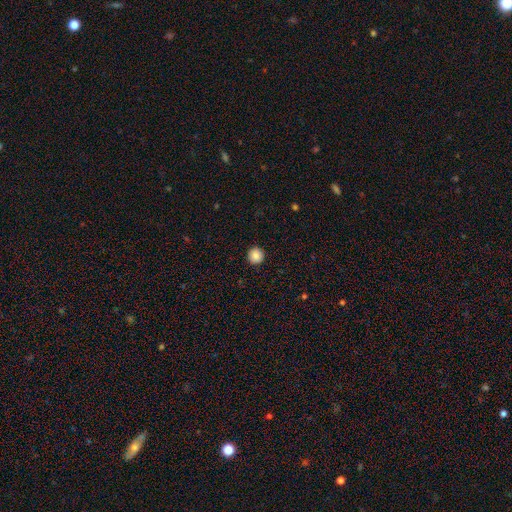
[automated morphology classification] This is clearly a smooth galaxy (88%). How rounded: clearly round (96%). Merging: clearly none (93%).